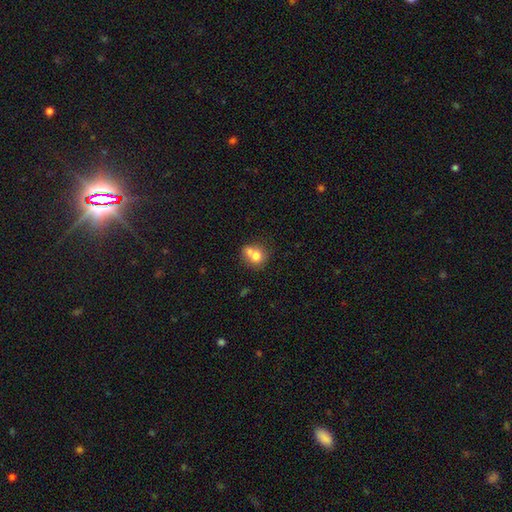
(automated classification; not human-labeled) This appears to be a smooth galaxy with no disk features (71%) that is round (73%). Merging: merger (56%).